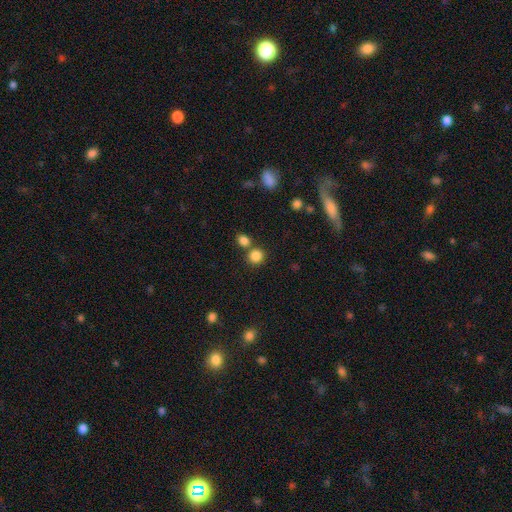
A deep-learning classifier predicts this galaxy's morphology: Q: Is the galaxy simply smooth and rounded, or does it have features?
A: smooth — 84%.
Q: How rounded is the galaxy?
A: round — 87%.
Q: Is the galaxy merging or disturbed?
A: none — 66%.